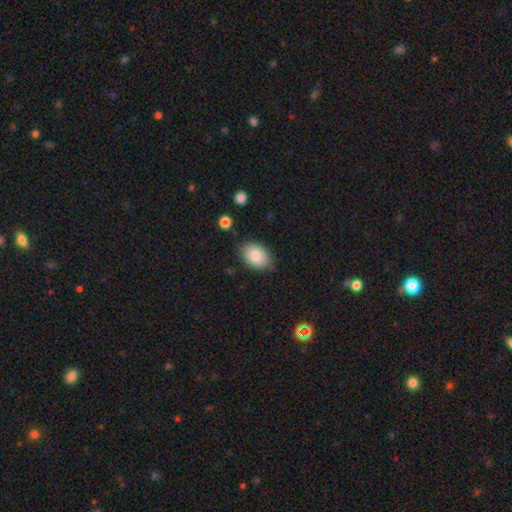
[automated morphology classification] Smooth or featured? Predicted: smooth (p=0.85). How rounded? Predicted: in between (p=0.87). Merging? Predicted: none (p=0.79).